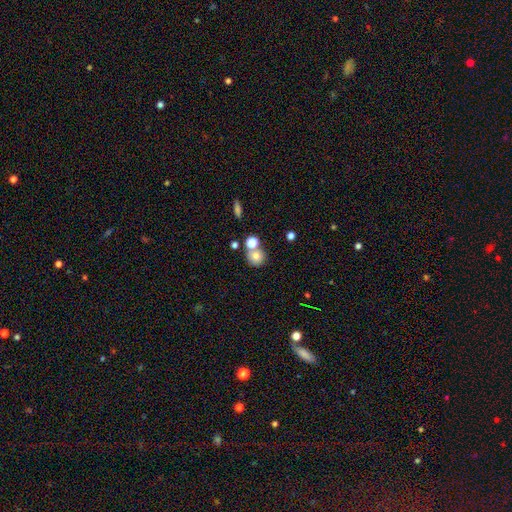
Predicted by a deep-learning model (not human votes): Smooth or featured? Predicted: smooth (p=0.75). How rounded? Predicted: round (p=0.86). Merging? Predicted: none (p=0.55).